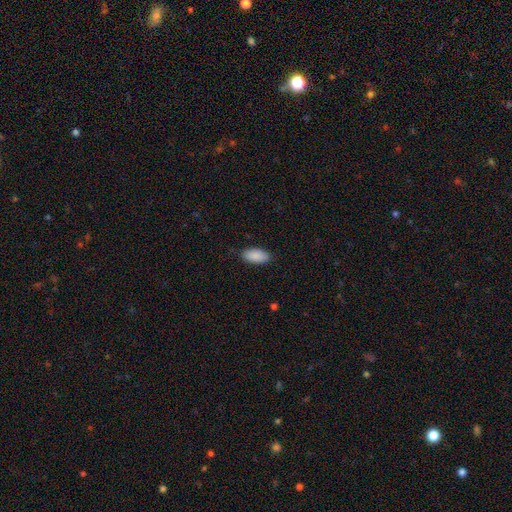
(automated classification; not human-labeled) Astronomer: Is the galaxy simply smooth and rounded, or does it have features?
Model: smooth — 90%.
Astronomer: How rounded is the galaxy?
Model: in between — 93%.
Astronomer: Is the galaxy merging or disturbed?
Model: none — 86%.